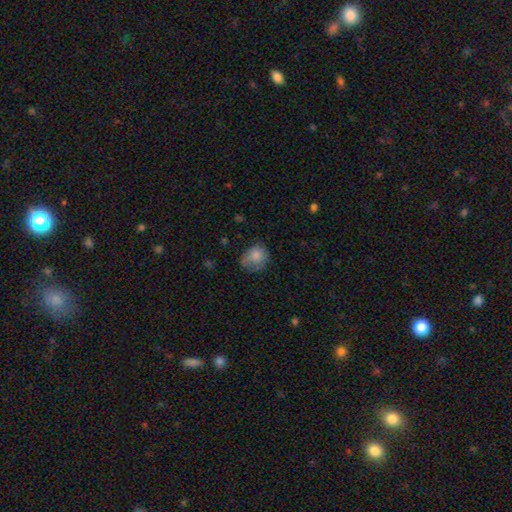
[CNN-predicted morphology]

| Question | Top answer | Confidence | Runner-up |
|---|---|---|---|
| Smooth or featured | smooth | 78% | featured or disk (13%) |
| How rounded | round | 64% | in between (35%) |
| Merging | none | 52% | minor disturbance (31%) |